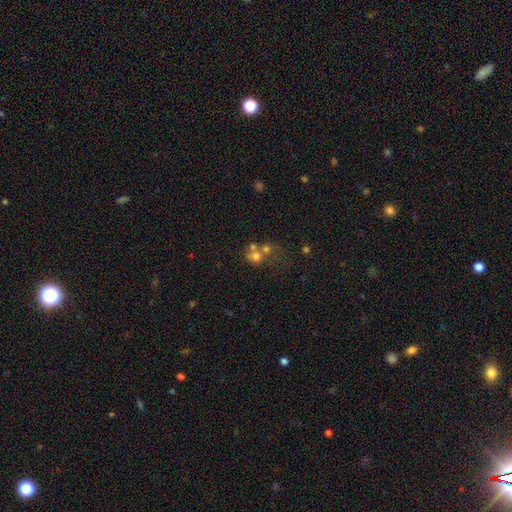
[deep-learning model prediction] This appears to be a smooth galaxy with no disk features (59%) that is round (74%). Merging: merger (57%).